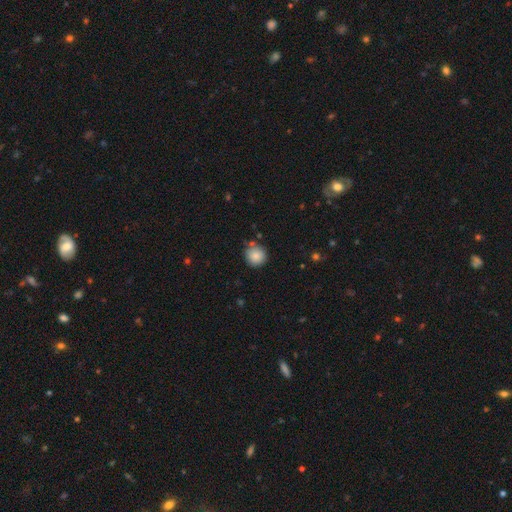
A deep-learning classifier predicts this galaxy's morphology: smooth-or-featured: smooth: 86% | star or artifact: 9% | featured or disk: 6%
  how-rounded: round: 92% | in between: 7% | cigar-shaped: 1%
  merging: none: 79% | minor disturbance: 14% | merger: 5% | major disturbance: 3%